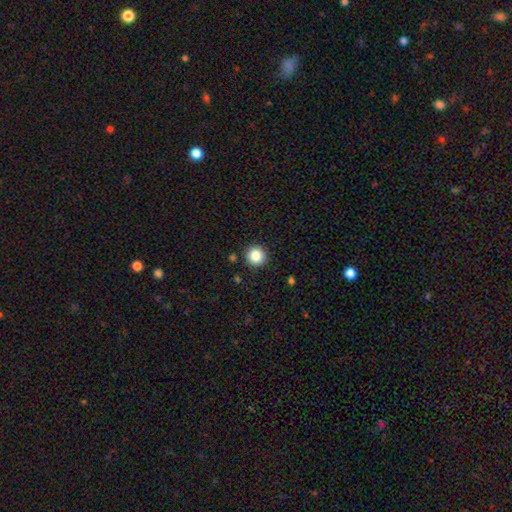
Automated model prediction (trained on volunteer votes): Morphology: type=smooth (86%); roundness=round (95%); merging=none (91%).